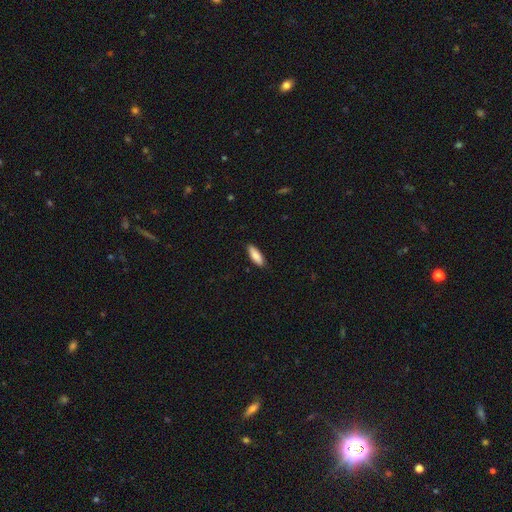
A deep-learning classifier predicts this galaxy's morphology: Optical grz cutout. It shows a smooth galaxy with no disk features (86%) that is in between round and cigar-shaped (59%). Merging: none (89%).